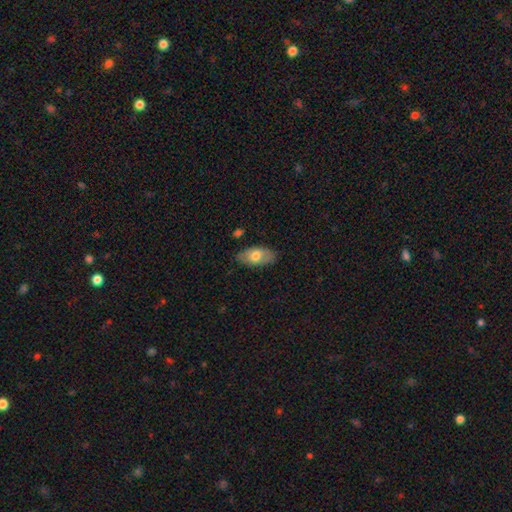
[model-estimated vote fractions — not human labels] Smooth or featured? Predicted: smooth (p=0.68). How rounded? Predicted: in between (p=0.93). Merging? Predicted: none (p=0.80).